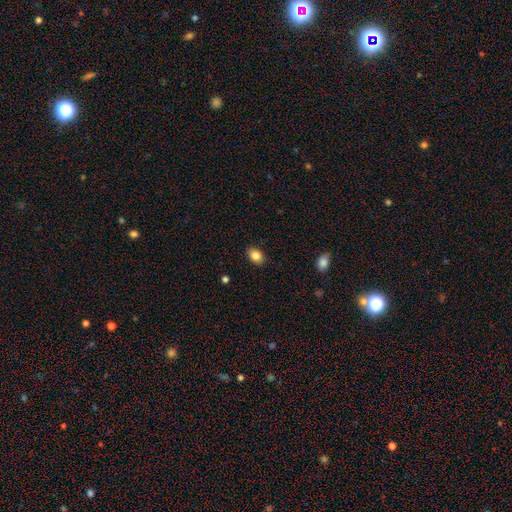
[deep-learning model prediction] Q: Smooth or featured?
A: smooth (85%); runner-up: star or artifact (9%)
Q: How rounded?
A: in between (76%); runner-up: round (23%)
Q: Merging?
A: none (88%); runner-up: minor disturbance (9%)